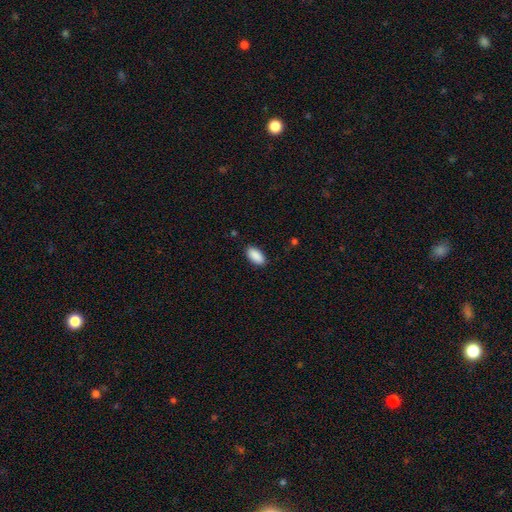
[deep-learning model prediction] Smooth or featured? Predicted: smooth (p=0.91). How rounded? Predicted: in between (p=0.93). Merging? Predicted: none (p=0.88).